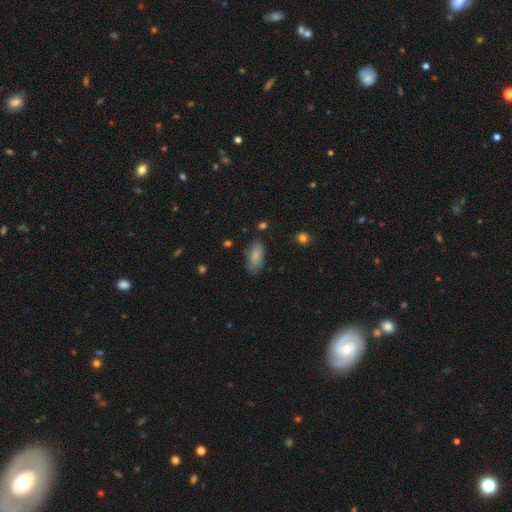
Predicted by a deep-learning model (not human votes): A smooth galaxy with no disk features (81%) that is in between round and cigar-shaped (92%).

Vote fractions:
- Smooth or featured? smooth: 81% / featured or disk: 13% / star or artifact: 7%
- How rounded? in between: 92% / cigar-shaped: 6% / round: 3%
- Merging? none: 69% / minor disturbance: 23% / major disturbance: 6% / merger: 2%